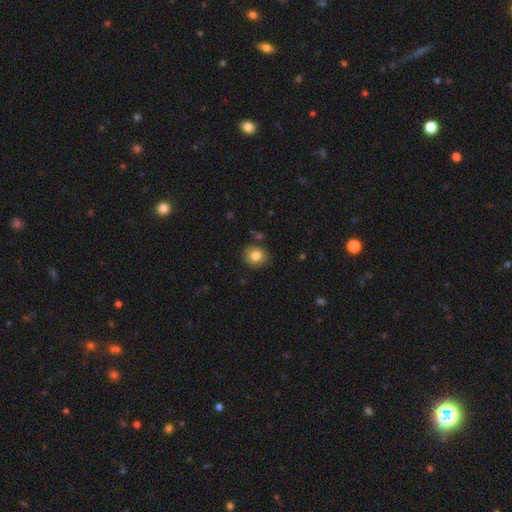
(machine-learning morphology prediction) Q: Smooth or featured?
A: smooth (82%); runner-up: star or artifact (9%)
Q: How rounded?
A: round (77%); runner-up: in between (22%)
Q: Merging?
A: none (86%); runner-up: minor disturbance (10%)